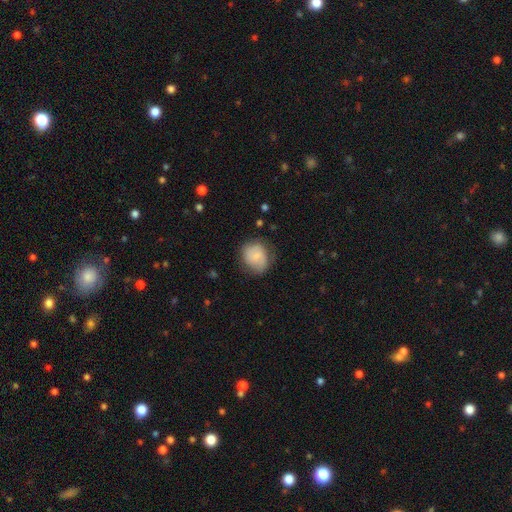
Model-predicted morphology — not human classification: Q: Smooth or featured?
A: smooth (66%); runner-up: featured or disk (27%)
Q: How rounded?
A: round (68%); runner-up: in between (31%)
Q: Merging?
A: none (65%); runner-up: minor disturbance (25%)